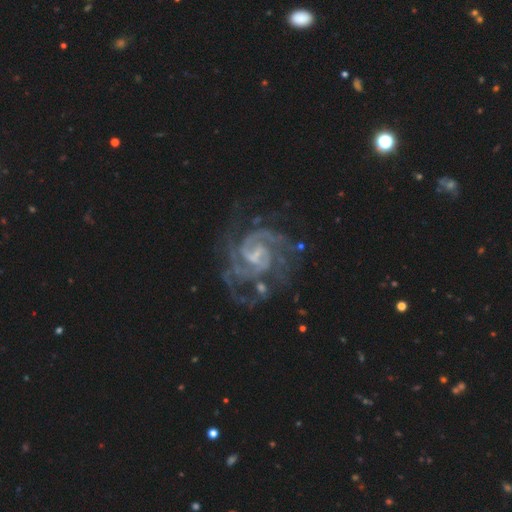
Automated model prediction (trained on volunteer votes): smooth_or_featured: featured or disk (p=0.92) [alt: star or artifact p=0.05]
disk_edge_on: no (p=0.98) [alt: yes p=0.02]
bar: weak (p=0.57) [alt: no p=0.22]
has_spiral_arms: yes (p=0.98) [alt: no p=0.02]
spiral_winding: tight (p=0.47) [alt: medium p=0.45]
spiral_arm_count: 2 (p=0.50) [alt: 3 p=0.19]
bulge_size: small (p=0.50) [alt: none p=0.28]
merging: none (p=0.57) [alt: major disturbance p=0.18]